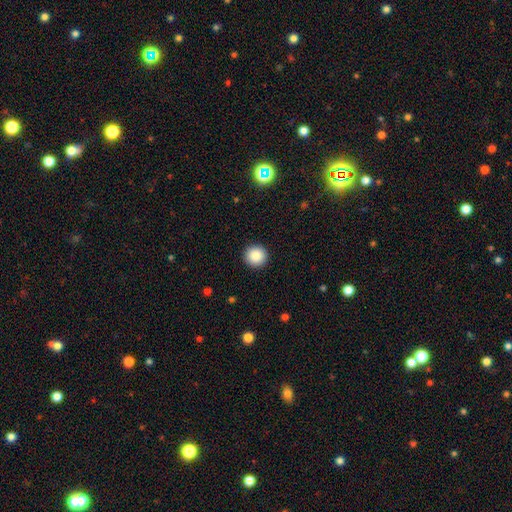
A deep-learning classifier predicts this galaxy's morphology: smooth_or_featured: smooth (p=0.87) [alt: star or artifact p=0.09]
how_rounded: round (p=0.95) [alt: in between p=0.04]
merging: none (p=0.93) [alt: minor disturbance p=0.05]